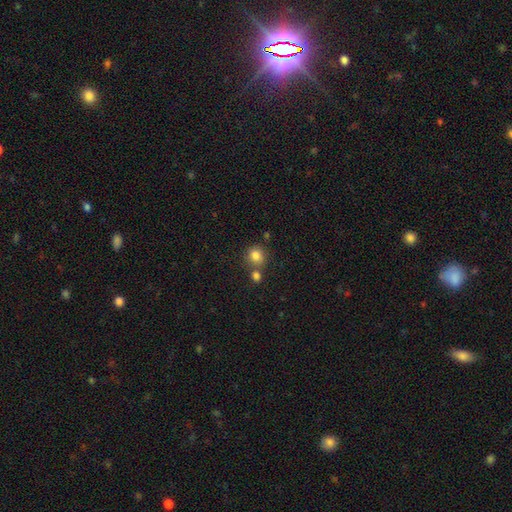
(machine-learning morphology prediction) smooth_or_featured: smooth (p=0.83) [alt: star or artifact p=0.11]
how_rounded: round (p=0.82) [alt: in between p=0.17]
merging: none (p=0.63) [alt: merger p=0.24]